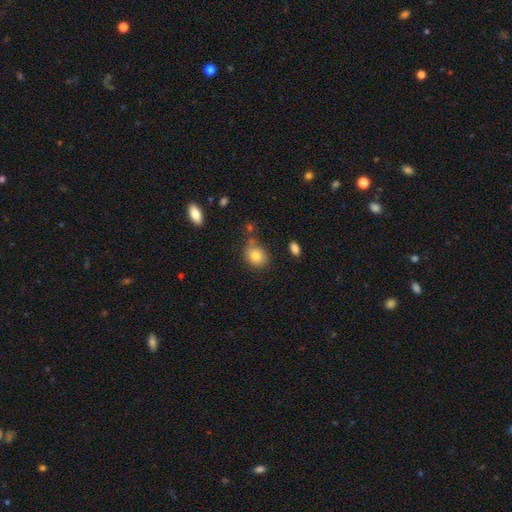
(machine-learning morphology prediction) smooth-or-featured: smooth: 81% | star or artifact: 10% | featured or disk: 9%
  how-rounded: round: 58% | in between: 41% | cigar-shaped: 1%
  merging: none: 71% | minor disturbance: 16% | merger: 8% | major disturbance: 4%